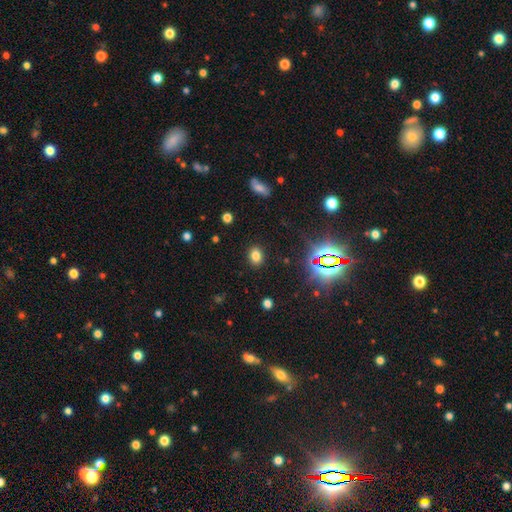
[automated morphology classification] smooth_or_featured: smooth (p=0.76) [alt: star or artifact p=0.18]
how_rounded: in between (p=0.62) [alt: round p=0.37]
merging: none (p=0.88) [alt: minor disturbance p=0.08]